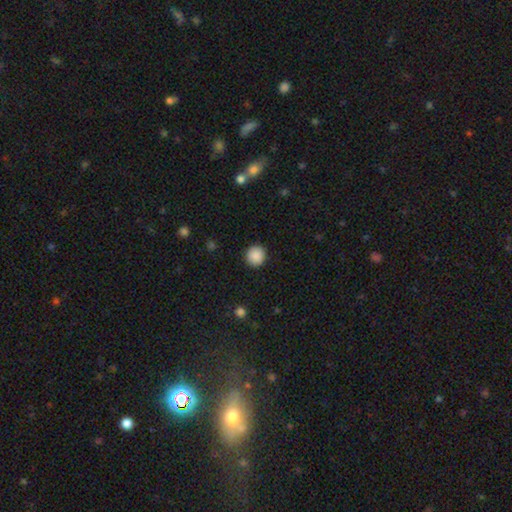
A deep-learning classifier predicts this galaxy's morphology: Smooth or featured? Predicted: smooth (p=0.89). How rounded? Predicted: round (p=0.94). Merging? Predicted: none (p=0.92).